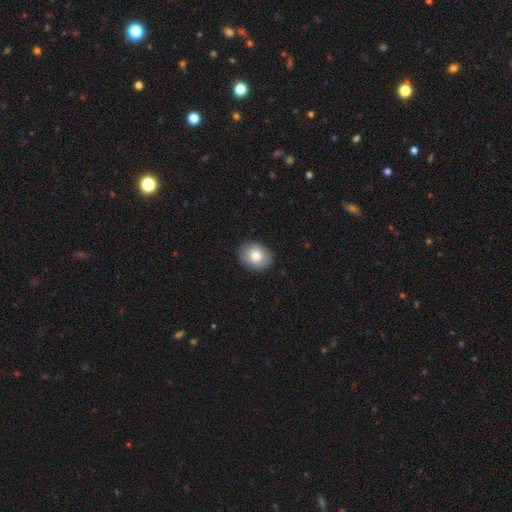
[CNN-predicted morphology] A smooth galaxy with no disk features (80%) that is in between round and cigar-shaped (52%).

Vote fractions:
- Smooth or featured? smooth: 80% / featured or disk: 12% / star or artifact: 8%
- How rounded? in between: 52% / round: 47% / cigar-shaped: 1%
- Merging? none: 89% / minor disturbance: 8% / major disturbance: 2% / merger: 1%